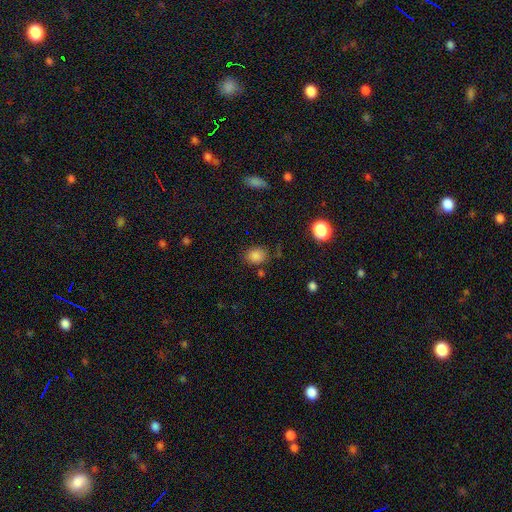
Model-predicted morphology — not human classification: A smooth galaxy with no disk features (82%) that is round (53%). Merging: none (76%).